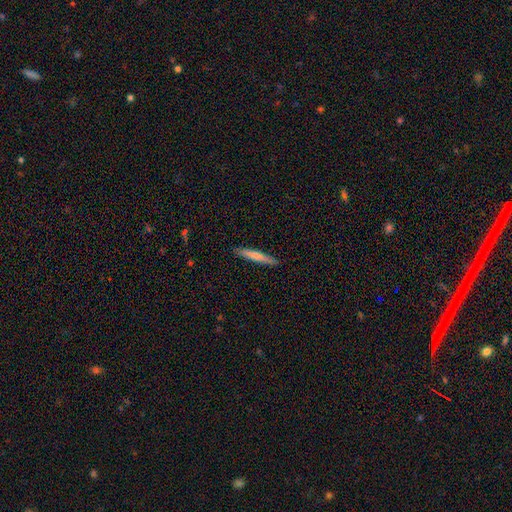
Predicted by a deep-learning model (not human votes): Overall: smooth (70%). How rounded: cigar-shaped (94%). Merging: none (90%).